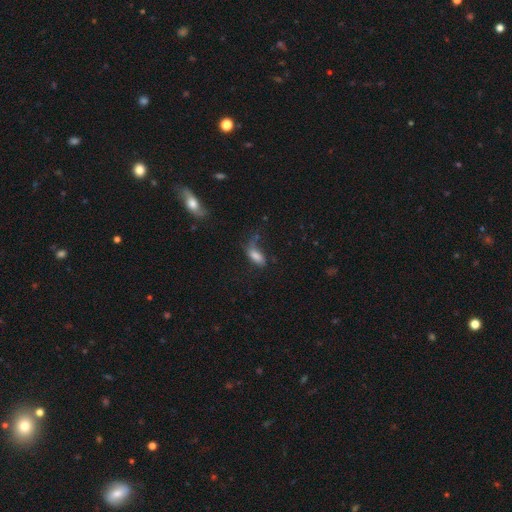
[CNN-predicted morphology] smooth 75%, featured or disk 15%, star or artifact 10%. Down the decision tree: how rounded — in between (83%); merging — none (40%).